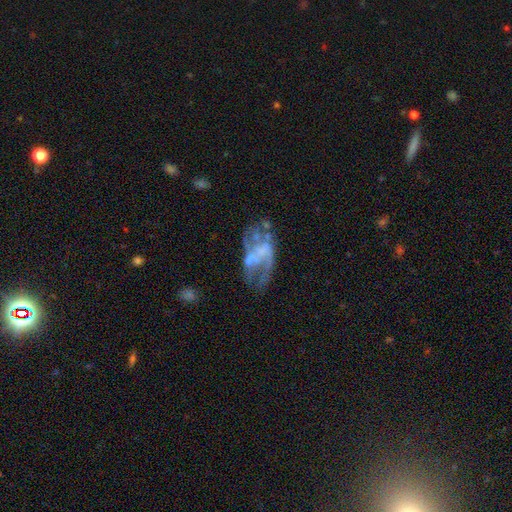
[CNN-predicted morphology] A featured or disk galaxy (73%) with no bar (65%), spiral arms (52%) and no central bulge (59%).

Vote fractions:
- Smooth or featured? featured or disk: 73% / smooth: 16% / star or artifact: 11%
- Edge-on disk? no: 97% / yes: 3%
- Bar? no: 65% / weak: 25% / strong: 9%
- Spiral arms? yes: 52% / no: 48%
- Bulge size? none: 59% / small: 24% / moderate: 14% / large: 3% / dominant: 1%
- Merging? none: 39% / major disturbance: 30% / minor disturbance: 19% / merger: 11%